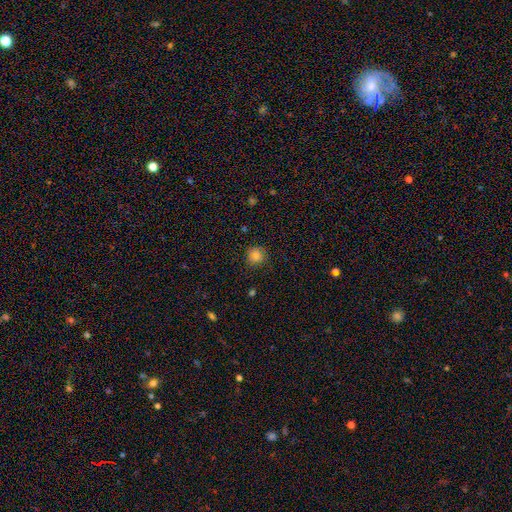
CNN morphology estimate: Smooth or featured?
  - smooth: 79% *
  - star or artifact: 12%
  - featured or disk: 9%
How rounded?
  - round: 92% *
  - in between: 7%
  - cigar-shaped: 1%
Merging?
  - none: 84% *
  - minor disturbance: 12%
  - major disturbance: 3%
  - merger: 1%